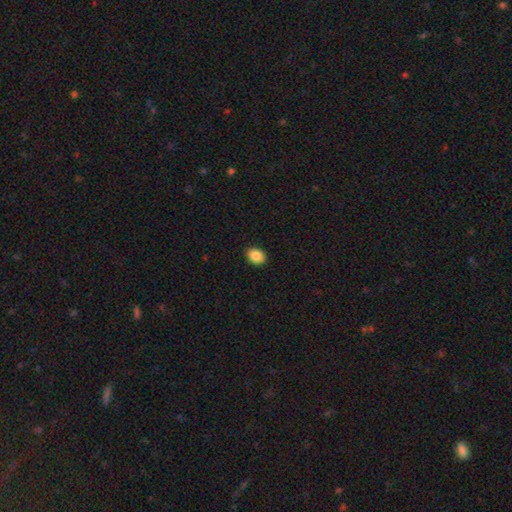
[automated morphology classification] smooth-or-featured: smooth: 87% | star or artifact: 8% | featured or disk: 4%
  how-rounded: in between: 60% | round: 39% | cigar-shaped: 1%
  merging: none: 90% | minor disturbance: 7% | major disturbance: 2% | merger: 1%